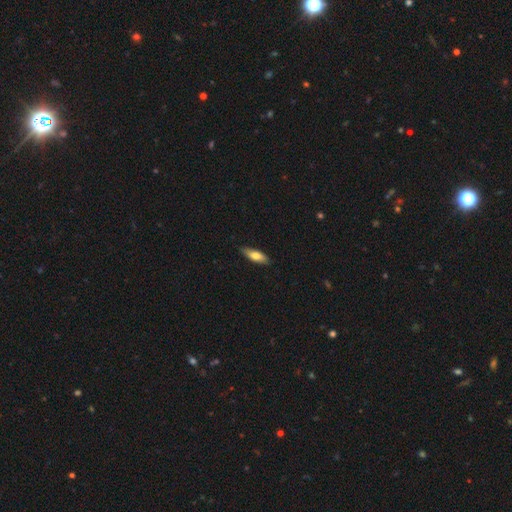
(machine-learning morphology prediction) This appears to be a smooth galaxy with no disk features (72%) that is in between round and cigar-shaped (58%). Merging: none (85%).